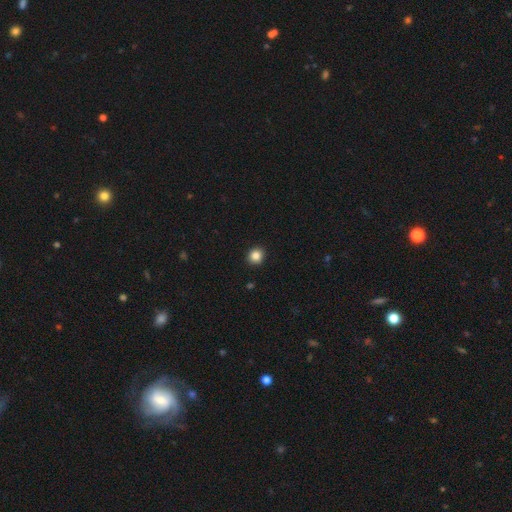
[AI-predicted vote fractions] The model was most divided on "how rounded": round: 85%, in between: 14%, cigar-shaped: 1%. More confident: merging — none (92%); smooth or featured — smooth (86%).